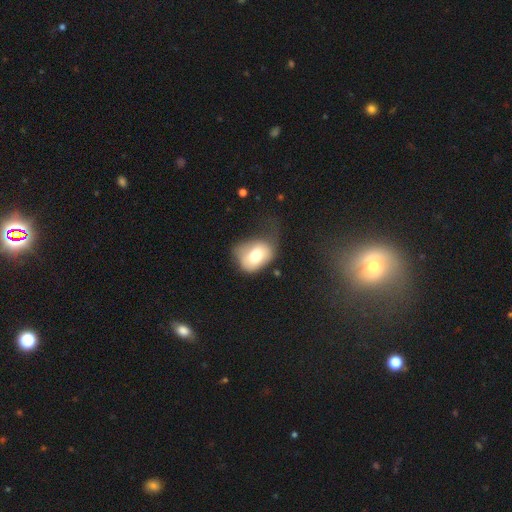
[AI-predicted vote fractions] This is likely a smooth galaxy (71%). How rounded: likely in between (66%). Merging: marginally major disturbance (36%).